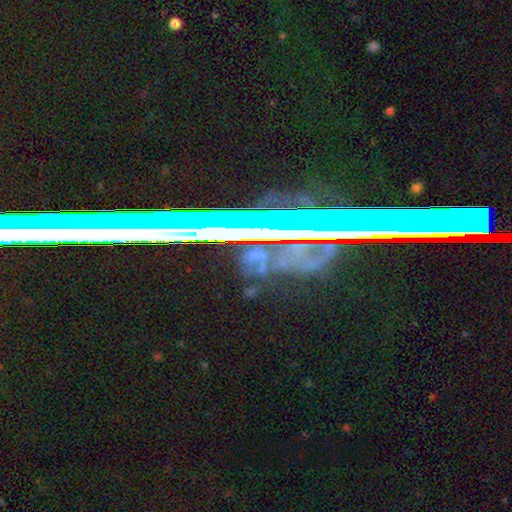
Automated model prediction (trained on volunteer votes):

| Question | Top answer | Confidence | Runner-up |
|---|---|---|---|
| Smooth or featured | star or artifact | 59% | featured or disk (24%) |